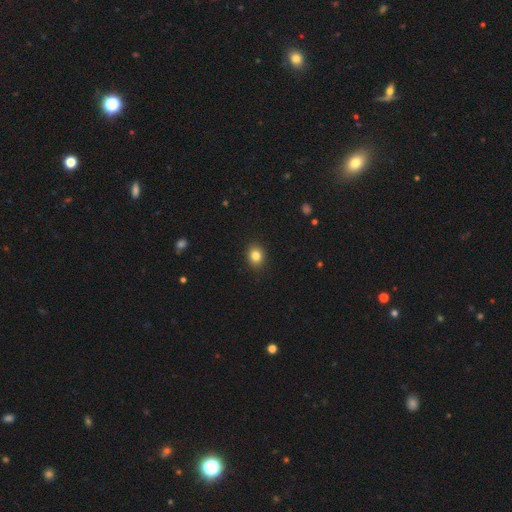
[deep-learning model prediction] A smooth galaxy with no disk features (83%) that is round (58%).

Vote fractions:
- Smooth or featured? smooth: 83% / star or artifact: 11% / featured or disk: 6%
- How rounded? round: 58% / in between: 41% / cigar-shaped: 1%
- Merging? none: 91% / minor disturbance: 7% / major disturbance: 2% / merger: 1%